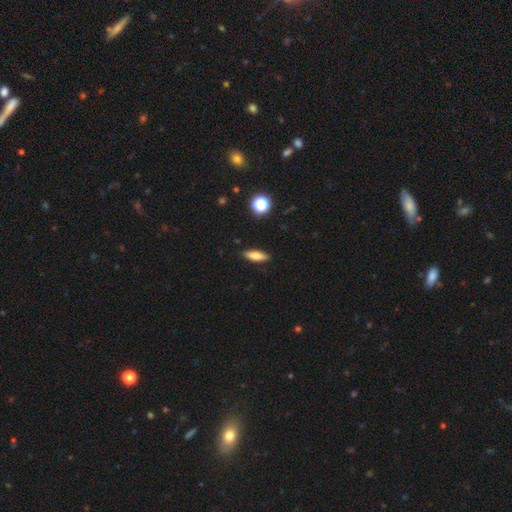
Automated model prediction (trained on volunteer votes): Smooth or featured? smooth (76%)
How rounded? in between (54%)
Merging? none (88%)